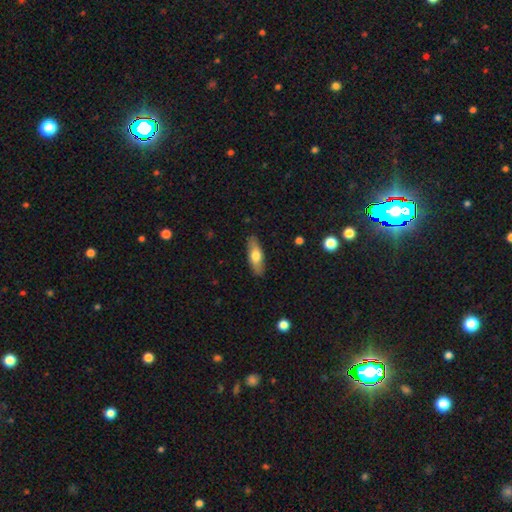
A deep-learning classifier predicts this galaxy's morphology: Q: Smooth or featured?
A: smooth (64%); runner-up: featured or disk (30%)
Q: How rounded?
A: in between (63%); runner-up: cigar-shaped (34%)
Q: Merging?
A: none (86%); runner-up: minor disturbance (11%)